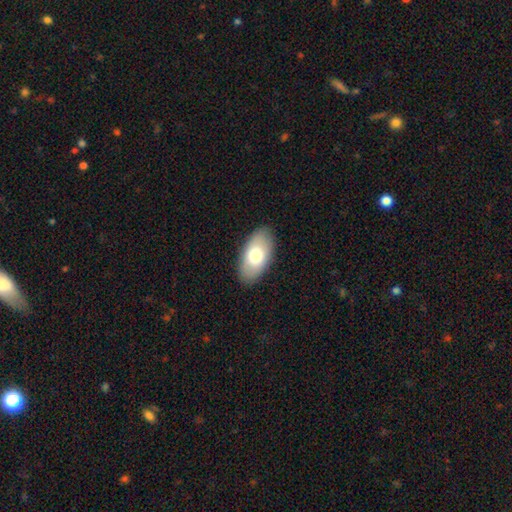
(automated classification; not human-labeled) Smooth or featured? smooth (76%)
How rounded? in between (94%)
Merging? none (87%)